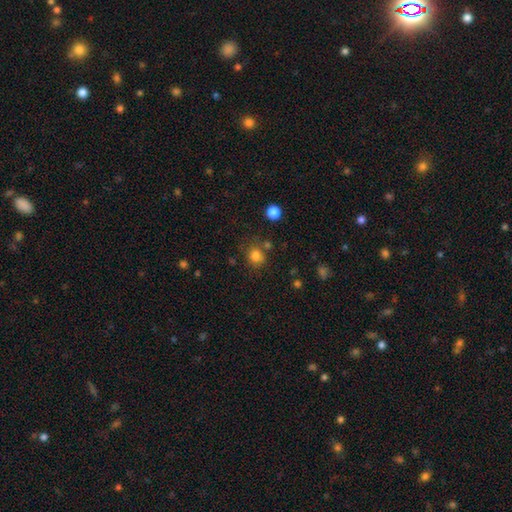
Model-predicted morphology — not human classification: A smooth galaxy with no disk features (80%) that is round (82%).

Vote fractions:
- Smooth or featured? smooth: 80% / star or artifact: 14% / featured or disk: 6%
- How rounded? round: 82% / in between: 17% / cigar-shaped: 1%
- Merging? none: 71% / minor disturbance: 13% / merger: 11% / major disturbance: 5%